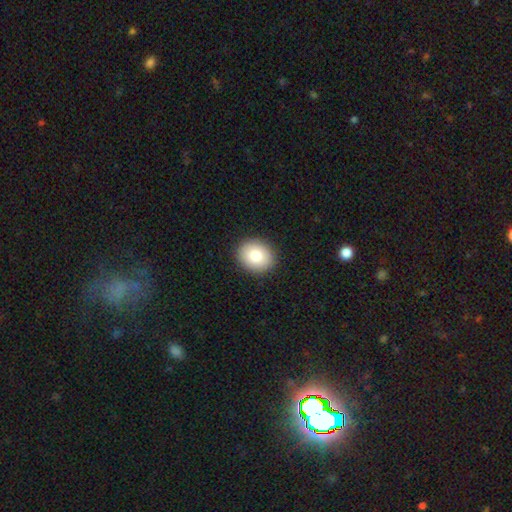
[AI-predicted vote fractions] A smooth galaxy with no disk features (83%) that is round (60%). Merging: none (91%).